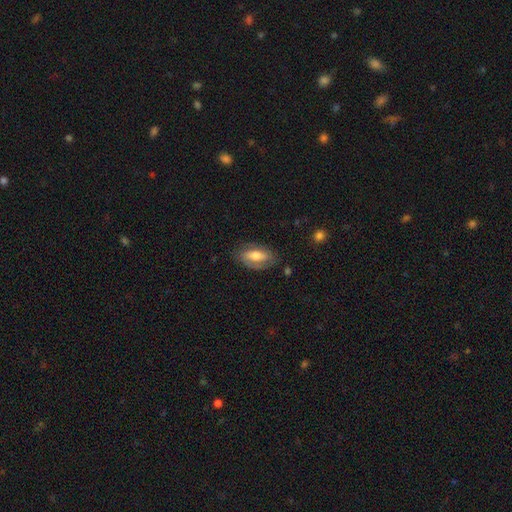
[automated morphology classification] type=featured or disk (47%); merging=none (74%).